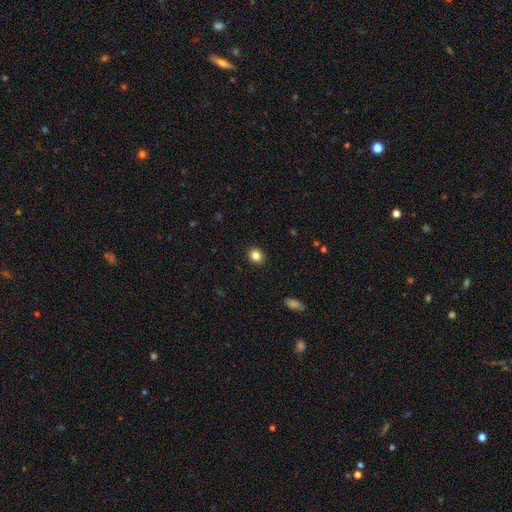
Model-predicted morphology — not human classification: This appears to be a smooth galaxy with no disk features (84%) that is round (79%). Merging: none (92%).